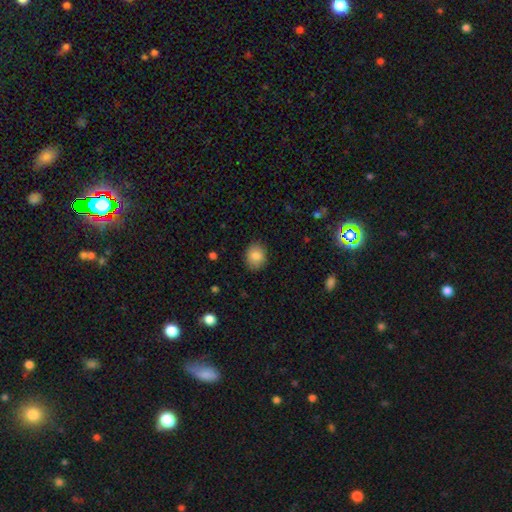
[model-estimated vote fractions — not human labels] Smooth or featured? smooth (86%)
How rounded? round (60%)
Merging? none (85%)